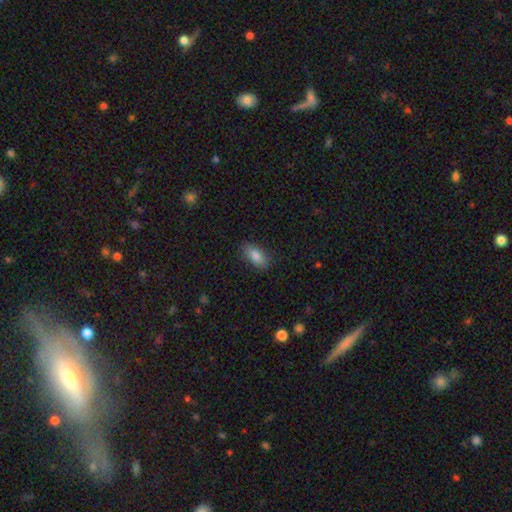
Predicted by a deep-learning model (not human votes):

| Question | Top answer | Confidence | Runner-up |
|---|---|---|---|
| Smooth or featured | smooth | 83% | featured or disk (10%) |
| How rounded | in between | 85% | cigar-shaped (11%) |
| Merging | none | 85% | minor disturbance (11%) |